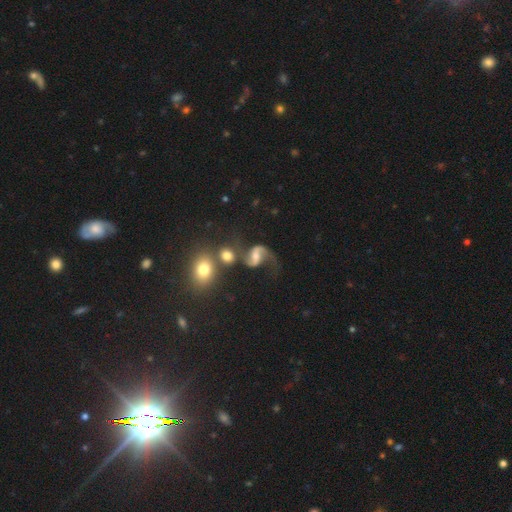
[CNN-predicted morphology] smooth_or_featured: featured or disk (p=0.85) [alt: smooth p=0.08]
disk_edge_on: no (p=0.98) [alt: yes p=0.02]
bar: weak (p=0.43) [alt: no p=0.31]
has_spiral_arms: yes (p=0.96) [alt: no p=0.04]
spiral_winding: loose (p=0.64) [alt: medium p=0.30]
spiral_arm_count: 2 (p=0.88) [alt: 1 p=0.07]
bulge_size: moderate (p=0.47) [alt: small p=0.40]
merging: none (p=0.51) [alt: major disturbance p=0.17]